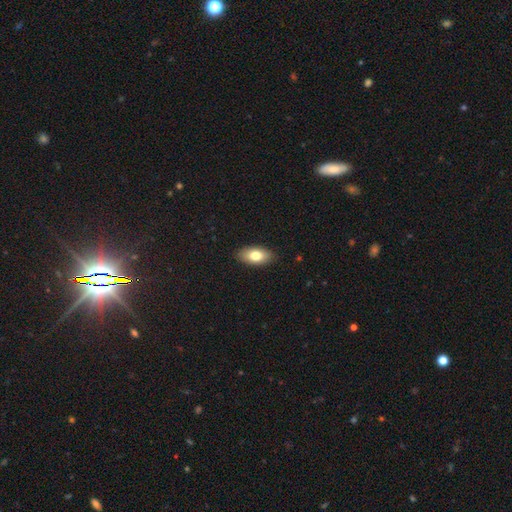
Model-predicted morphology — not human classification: smooth_or_featured: smooth (p=0.78) [alt: featured or disk p=0.15]
how_rounded: in between (p=0.91) [alt: cigar-shaped p=0.05]
merging: none (p=0.88) [alt: minor disturbance p=0.09]